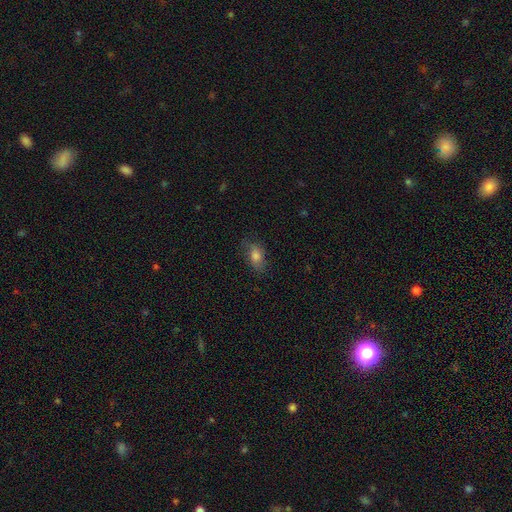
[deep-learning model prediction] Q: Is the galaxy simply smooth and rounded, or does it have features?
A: smooth — 72%.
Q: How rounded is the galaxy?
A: in between — 82%.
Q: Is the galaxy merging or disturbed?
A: none — 75%.